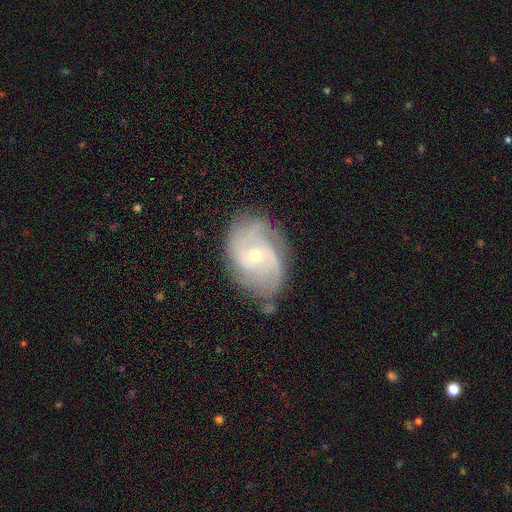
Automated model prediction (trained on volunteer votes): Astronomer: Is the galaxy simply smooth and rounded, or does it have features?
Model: featured or disk — 86%.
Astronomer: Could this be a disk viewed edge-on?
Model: no — 97%.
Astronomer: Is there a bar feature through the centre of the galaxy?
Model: no — 61%.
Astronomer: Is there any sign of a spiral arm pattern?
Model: yes — 96%.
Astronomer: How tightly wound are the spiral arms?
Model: tight — 50% (runner-up: medium, 40%).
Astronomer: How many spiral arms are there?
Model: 2 — 40% (runner-up: 3, 25%).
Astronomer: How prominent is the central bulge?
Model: small — 61%.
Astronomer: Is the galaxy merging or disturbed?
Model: none — 75%.